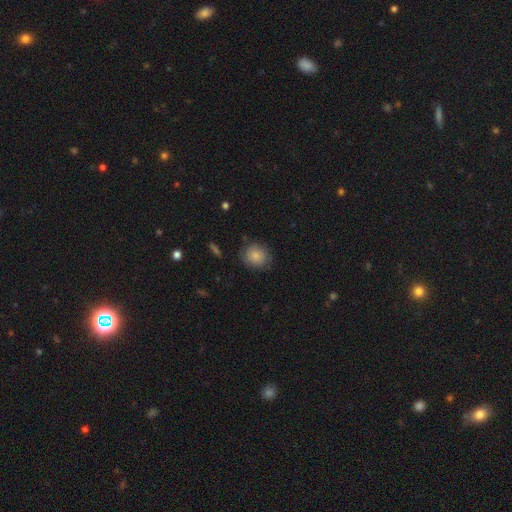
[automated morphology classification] Smooth or featured: smooth — 83% (featured or disk — 9%)
How rounded: round — 79% (in between — 20%)
Merging: none — 78% (minor disturbance — 16%)